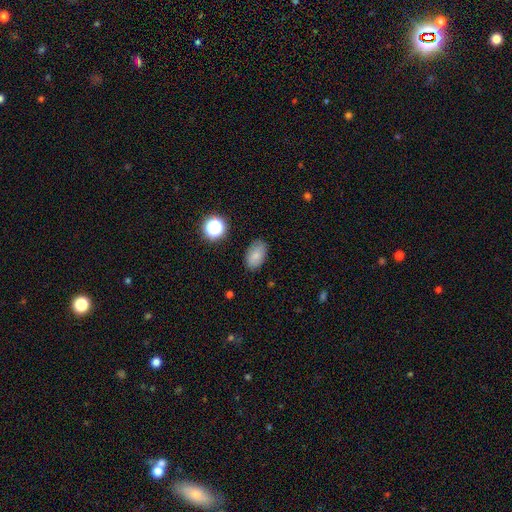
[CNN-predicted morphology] type=smooth (81%); roundness=in between (88%); merging=none (82%).